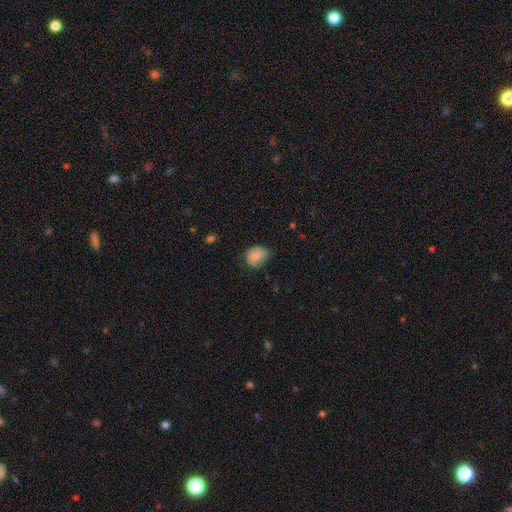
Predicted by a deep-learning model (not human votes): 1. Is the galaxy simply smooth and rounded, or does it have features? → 84% smooth, 8% star or artifact, 7% featured or disk.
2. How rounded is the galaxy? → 52% in between, 47% round, 1% cigar-shaped.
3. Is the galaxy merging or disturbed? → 63% none, 29% minor disturbance, 7% major disturbance, 1% merger.